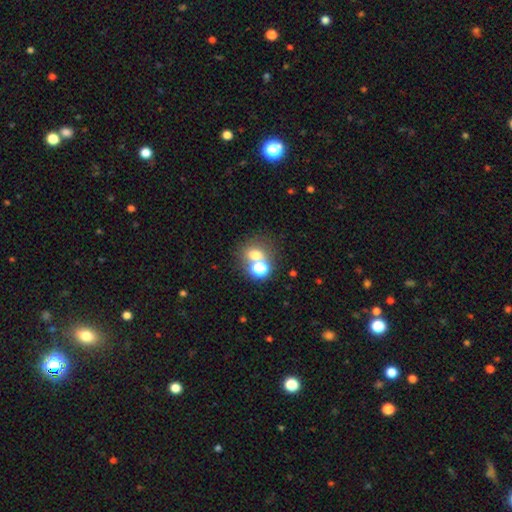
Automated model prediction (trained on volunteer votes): The model was most divided on "merging": none: 52%, merger: 34%, minor disturbance: 8%, major disturbance: 5%. More confident: how rounded — round (69%); smooth or featured — smooth (63%).